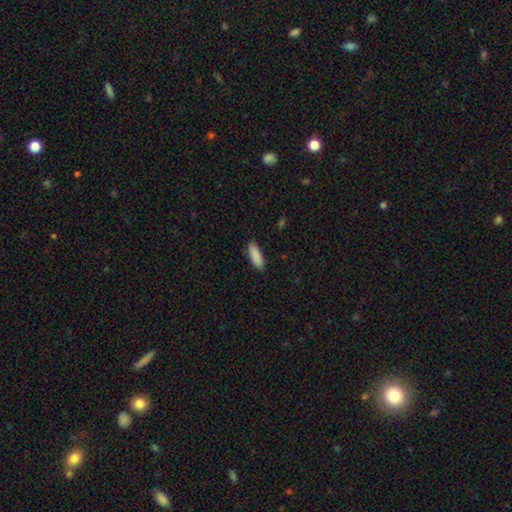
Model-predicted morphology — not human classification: Smooth or featured?
  - smooth: 90% *
  - star or artifact: 6%
  - featured or disk: 4%
How rounded?
  - in between: 70% *
  - cigar-shaped: 29%
  - round: 2%
Merging?
  - none: 87% *
  - minor disturbance: 10%
  - major disturbance: 2%
  - merger: 1%